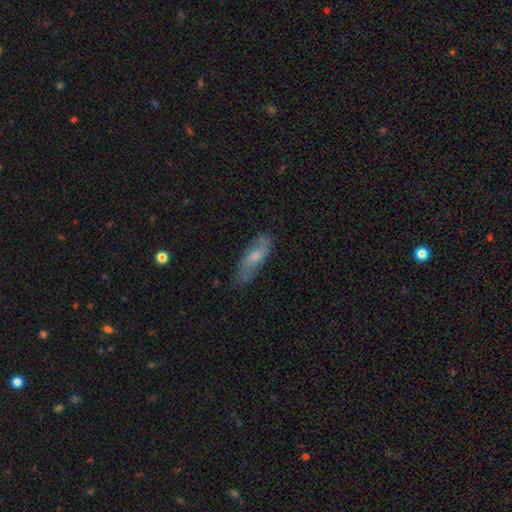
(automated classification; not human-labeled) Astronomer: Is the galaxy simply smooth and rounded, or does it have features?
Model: featured or disk — 49% (runner-up: smooth, 42%).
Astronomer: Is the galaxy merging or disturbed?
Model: none — 78%.